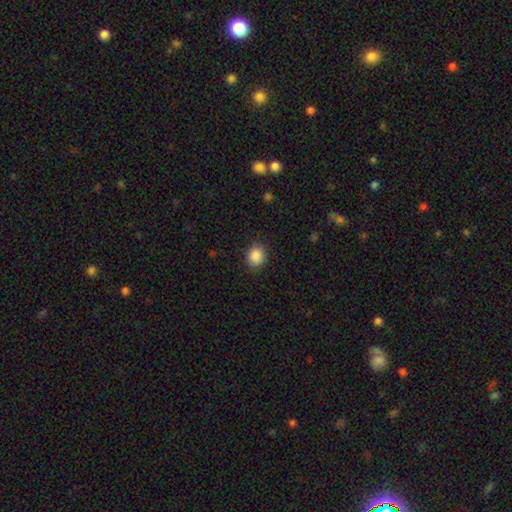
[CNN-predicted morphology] smooth 88%, star or artifact 9%, featured or disk 3%. Down the decision tree: how rounded — round (72%); merging — none (89%).